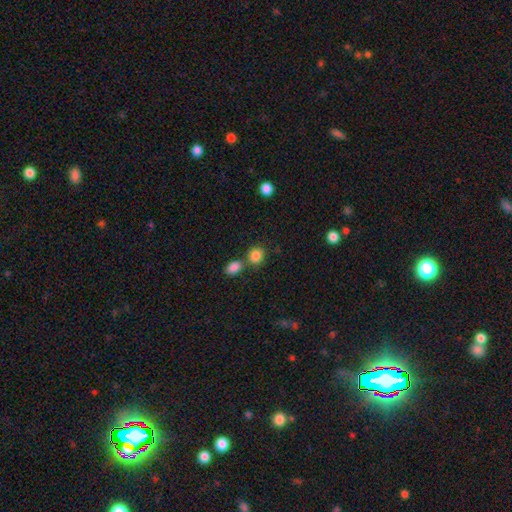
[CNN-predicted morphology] Overall: smooth (85%). How rounded: round (70%). Merging: none (57%; merger 30%).